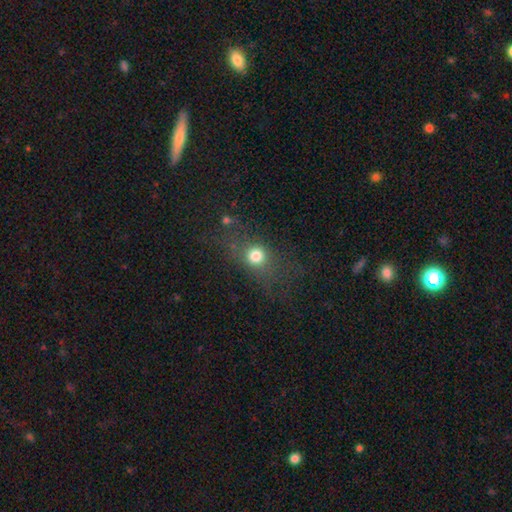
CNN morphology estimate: Smooth or featured? smooth (69%)
How rounded? round (64%)
Merging? none (63%)